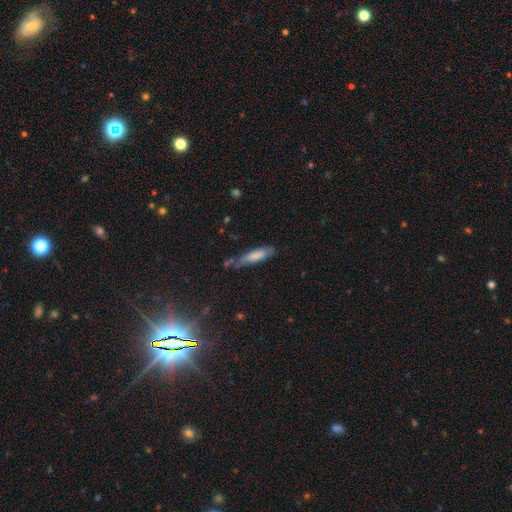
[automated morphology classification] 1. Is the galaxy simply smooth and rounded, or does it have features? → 74% smooth, 19% featured or disk, 7% star or artifact.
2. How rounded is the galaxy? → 73% cigar-shaped, 25% in between, 2% round.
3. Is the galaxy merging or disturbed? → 56% none, 30% minor disturbance, 8% major disturbance, 6% merger.